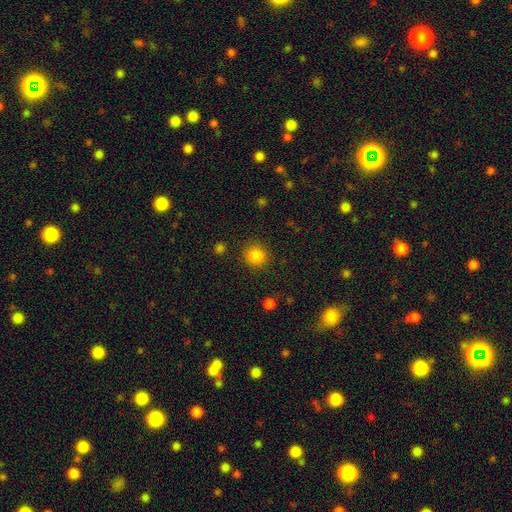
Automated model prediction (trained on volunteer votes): A smooth galaxy with no disk features (85%) that is round (90%).

Vote fractions:
- Smooth or featured? smooth: 85% / star or artifact: 11% / featured or disk: 4%
- How rounded? round: 90% / in between: 9% / cigar-shaped: 1%
- Merging? none: 88% / minor disturbance: 7% / major disturbance: 3% / merger: 2%